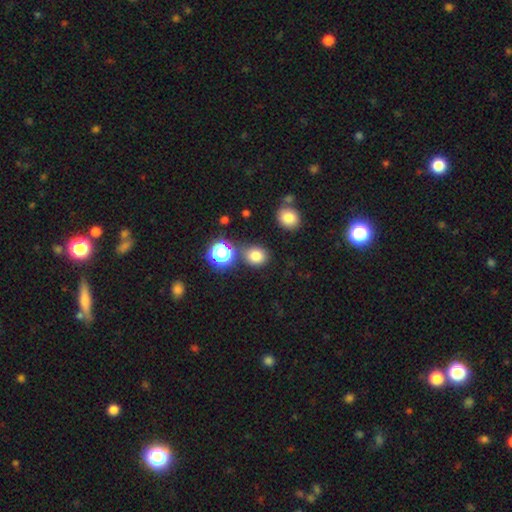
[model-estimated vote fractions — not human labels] Morphology: type=smooth (77%); roundness=round (72%); merging=none (76%).